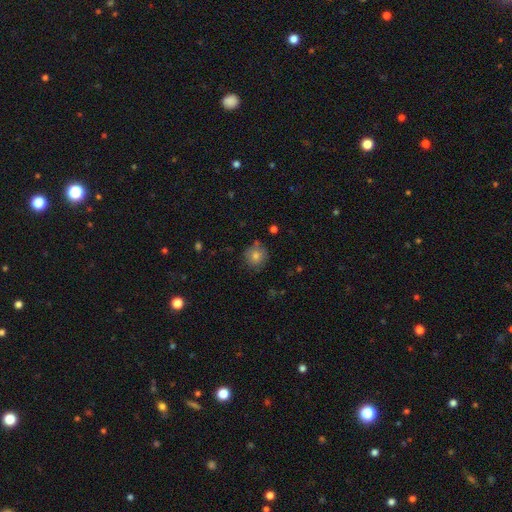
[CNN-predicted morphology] Smooth or featured: smooth — 78% (star or artifact — 11%)
How rounded: round — 91% (in between — 8%)
Merging: none — 80% (minor disturbance — 13%)